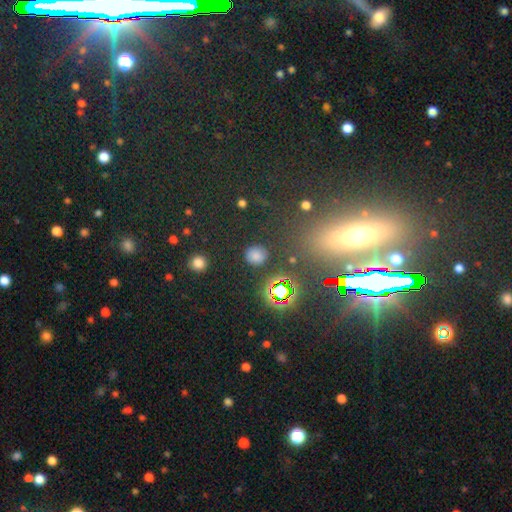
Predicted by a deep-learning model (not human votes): Smooth or featured: smooth — 70% (star or artifact — 23%)
How rounded: round — 87% (in between — 12%)
Merging: none — 87% (minor disturbance — 8%)